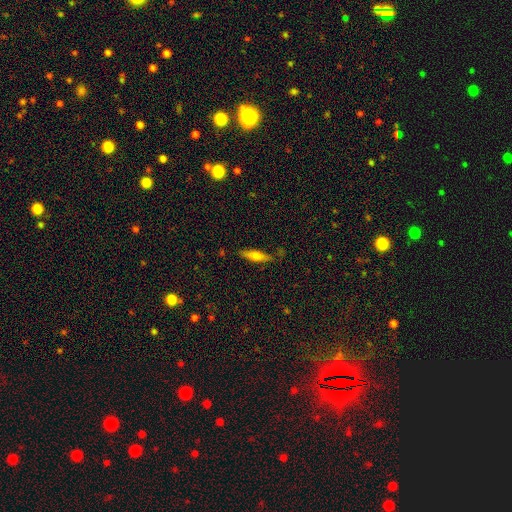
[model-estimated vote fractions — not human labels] smooth-or-featured: smooth: 56% | featured or disk: 36% | star or artifact: 8%
  how-rounded: cigar-shaped: 75% | in between: 23% | round: 2%
  merging: none: 82% | minor disturbance: 13% | major disturbance: 3% | merger: 2%